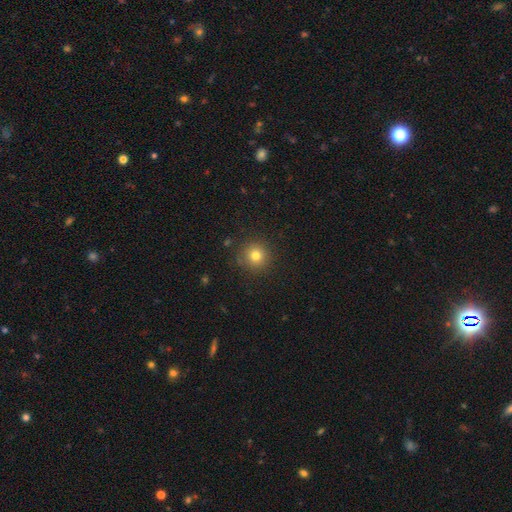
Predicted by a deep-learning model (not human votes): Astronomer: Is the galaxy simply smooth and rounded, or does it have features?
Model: smooth — 78%.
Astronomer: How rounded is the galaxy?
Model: round — 95%.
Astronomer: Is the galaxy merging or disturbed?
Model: none — 89%.